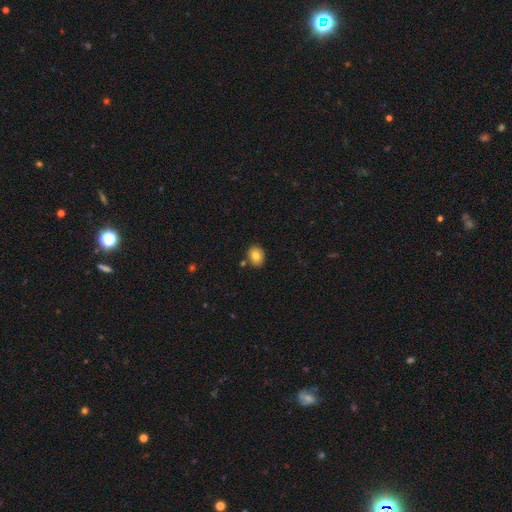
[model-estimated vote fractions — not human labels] Smooth or featured? Predicted: smooth (p=0.81). How rounded? Predicted: round (p=0.50). Merging? Predicted: none (p=0.83).